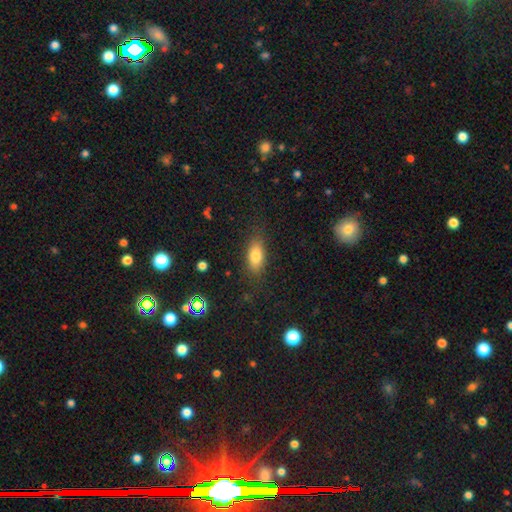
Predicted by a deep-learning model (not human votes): Overall: smooth (78%). How rounded: in between (83%). Merging: none (82%).